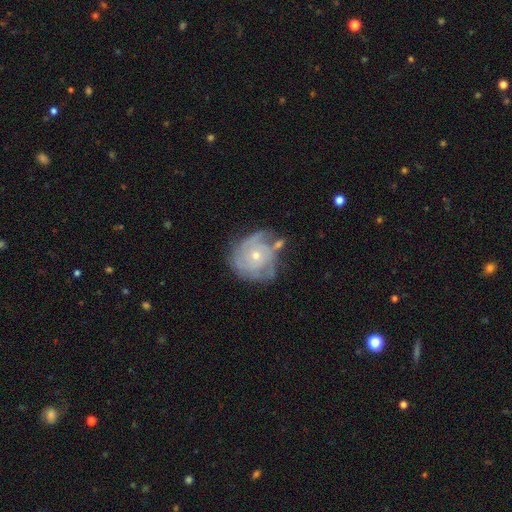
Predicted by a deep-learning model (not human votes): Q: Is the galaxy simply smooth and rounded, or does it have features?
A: featured or disk — 82%.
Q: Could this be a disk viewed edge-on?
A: no — 98%.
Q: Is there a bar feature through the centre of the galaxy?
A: no — 81%.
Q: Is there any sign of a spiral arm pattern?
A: yes — 91%.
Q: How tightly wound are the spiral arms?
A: tight — 65%.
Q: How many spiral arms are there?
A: can't tell — 32%.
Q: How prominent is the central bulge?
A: small — 57%.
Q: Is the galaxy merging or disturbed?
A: none — 54%.